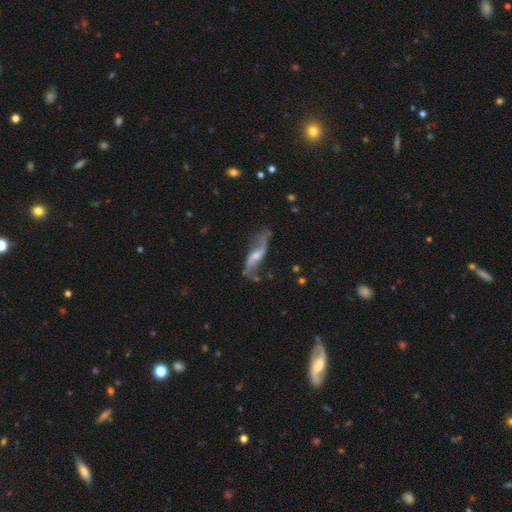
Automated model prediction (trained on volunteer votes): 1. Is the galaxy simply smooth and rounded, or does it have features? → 82% featured or disk, 12% smooth, 6% star or artifact.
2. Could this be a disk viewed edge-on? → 84% no, 16% yes.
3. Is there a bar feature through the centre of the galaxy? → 43% weak, 35% no, 23% strong.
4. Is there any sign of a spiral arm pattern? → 92% yes, 8% no.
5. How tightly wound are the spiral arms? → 86% loose, 10% medium, 4% tight.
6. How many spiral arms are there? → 91% 2, 3% can't tell, 3% 1, 1% 3, 1% 4, 1% more than 4.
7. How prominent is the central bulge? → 48% small, 41% moderate, 7% none, 3% large, 1% dominant.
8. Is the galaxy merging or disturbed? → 66% none, 20% minor disturbance, 10% major disturbance, 4% merger.